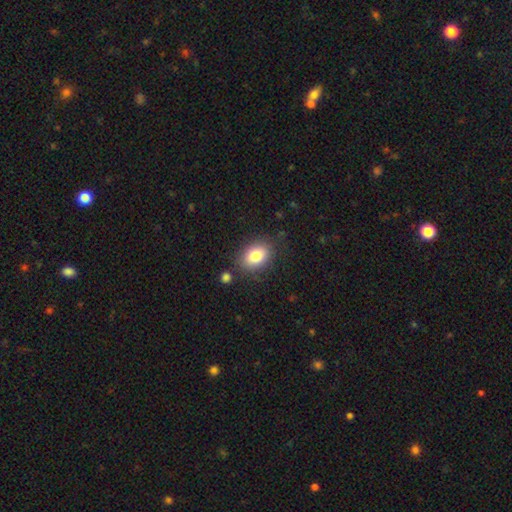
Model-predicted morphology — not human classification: Q: Smooth or featured?
A: smooth (82%); runner-up: featured or disk (10%)
Q: How rounded?
A: in between (79%); runner-up: round (19%)
Q: Merging?
A: none (80%); runner-up: minor disturbance (13%)